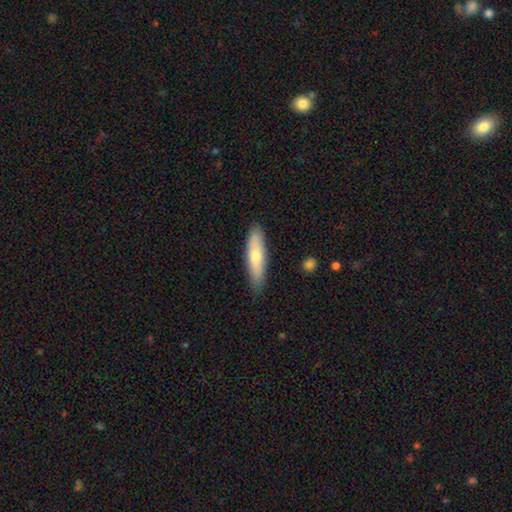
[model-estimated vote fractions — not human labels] Q: Smooth or featured?
A: smooth (65%); runner-up: featured or disk (29%)
Q: How rounded?
A: cigar-shaped (69%); runner-up: in between (29%)
Q: Merging?
A: none (86%); runner-up: minor disturbance (11%)